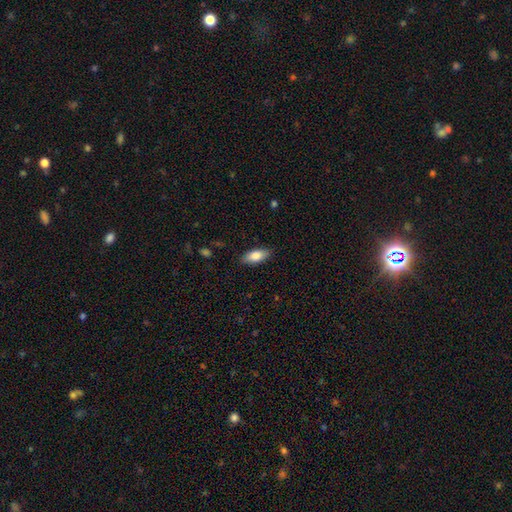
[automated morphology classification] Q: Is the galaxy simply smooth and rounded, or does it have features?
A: smooth — 83%.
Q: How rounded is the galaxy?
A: in between — 85%.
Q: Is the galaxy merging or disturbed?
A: none — 86%.